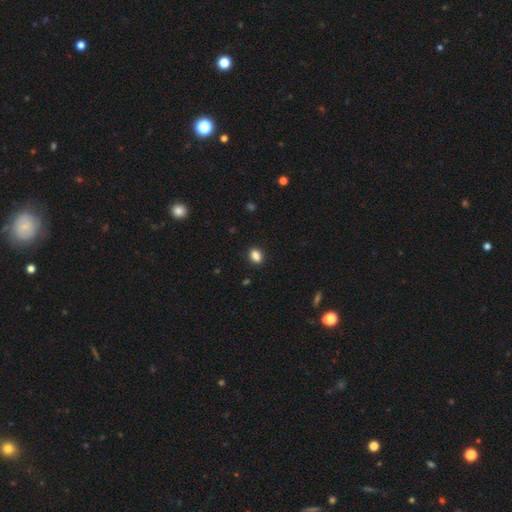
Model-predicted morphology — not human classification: smooth-or-featured: smooth: 87% | star or artifact: 10% | featured or disk: 4%
  how-rounded: in between: 71% | round: 28% | cigar-shaped: 2%
  merging: none: 88% | minor disturbance: 8% | major disturbance: 2% | merger: 1%